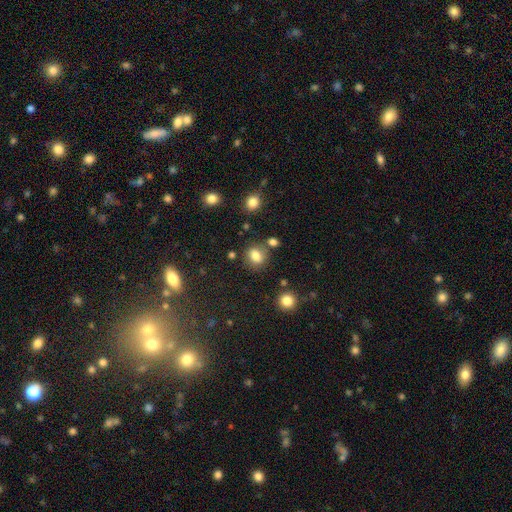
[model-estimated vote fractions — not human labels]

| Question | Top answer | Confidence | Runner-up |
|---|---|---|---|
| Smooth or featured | smooth | 80% | star or artifact (11%) |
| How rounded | round | 59% | in between (39%) |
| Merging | none | 73% | minor disturbance (14%) |